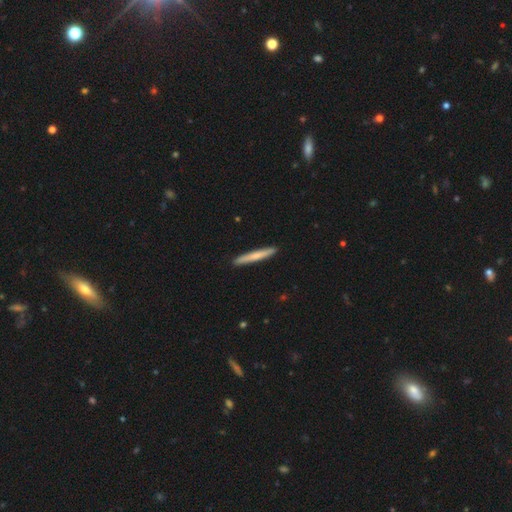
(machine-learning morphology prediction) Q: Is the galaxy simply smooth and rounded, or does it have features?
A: smooth — 68%.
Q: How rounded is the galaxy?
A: cigar-shaped — 96%.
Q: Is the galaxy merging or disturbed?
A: none — 92%.